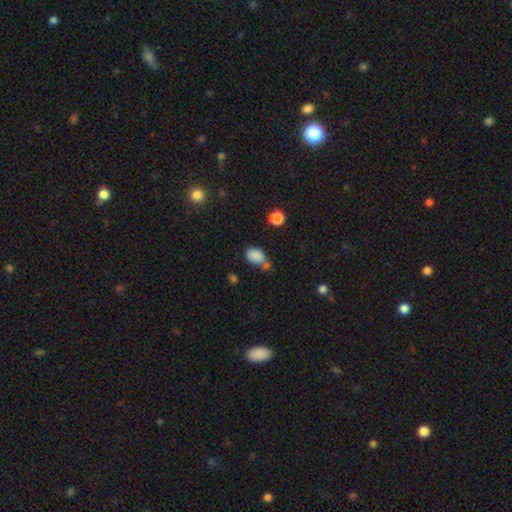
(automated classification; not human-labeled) Overall: smooth (84%). How rounded: in between (73%). Merging: none (50%; merger 25%).